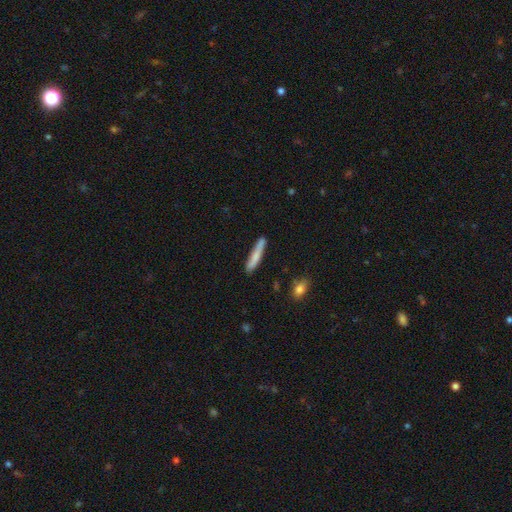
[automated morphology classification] Smooth or featured?
  - smooth: 75% *
  - featured or disk: 20%
  - star or artifact: 6%
How rounded?
  - cigar-shaped: 92% *
  - in between: 6%
  - round: 1%
Merging?
  - none: 80% *
  - minor disturbance: 14%
  - merger: 3%
  - major disturbance: 2%